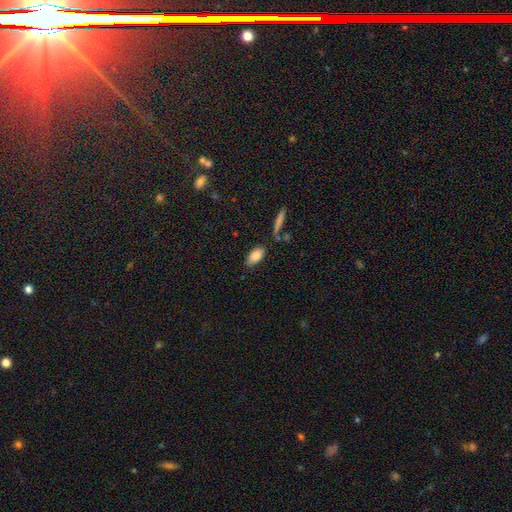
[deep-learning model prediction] Overall: smooth (84%). How rounded: in between (88%). Merging: none (79%).